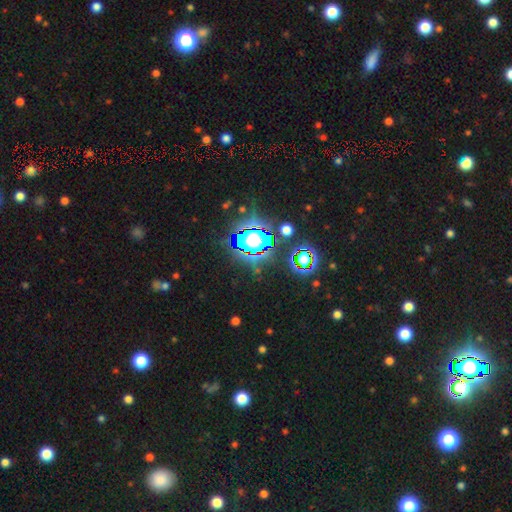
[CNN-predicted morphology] Smooth or featured?
  - star or artifact: 81% *
  - smooth: 11%
  - featured or disk: 8%